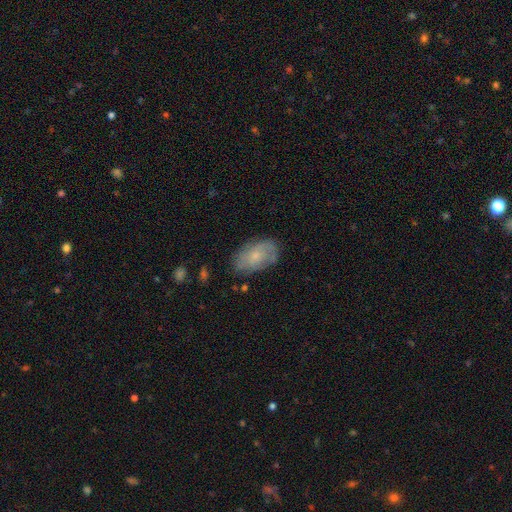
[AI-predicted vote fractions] smooth-or-featured: smooth: 52% | featured or disk: 41% | star or artifact: 8%
  how-rounded: in between: 92% | round: 6% | cigar-shaped: 2%
  merging: none: 71% | minor disturbance: 21% | major disturbance: 6% | merger: 2%